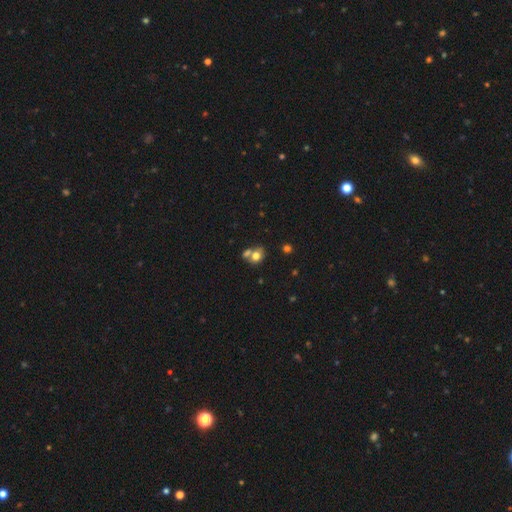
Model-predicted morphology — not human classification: Smooth or featured? Predicted: smooth (p=0.74). How rounded? Predicted: round (p=0.57). Merging? Predicted: merger (p=0.47).